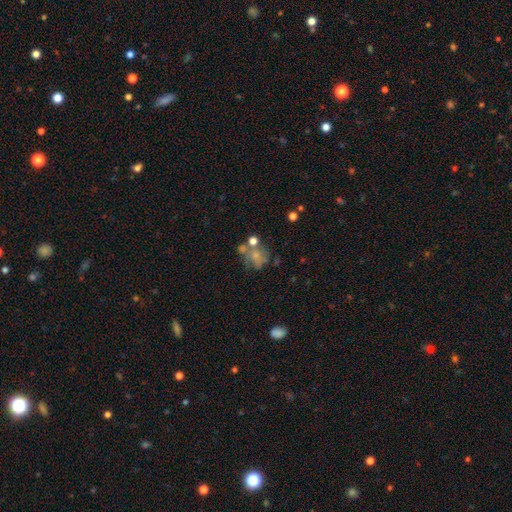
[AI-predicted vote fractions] The model was most divided on "smooth or featured": smooth: 48%, featured or disk: 38%, star or artifact: 14%. Remaining: merging — none (35%).